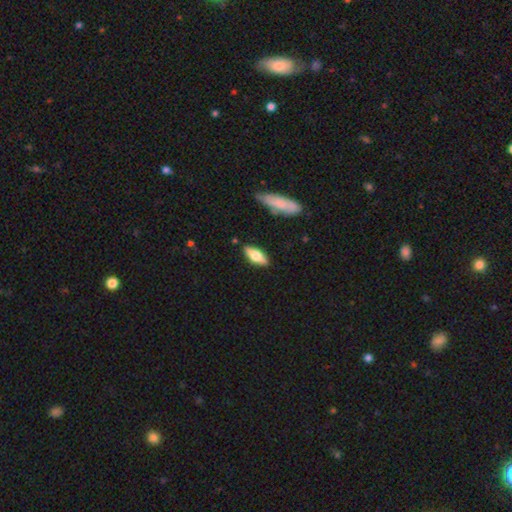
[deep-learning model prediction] A smooth galaxy with no disk features (61%) that is in between round and cigar-shaped (69%).

Vote fractions:
- Smooth or featured? smooth: 61% / featured or disk: 33% / star or artifact: 6%
- How rounded? in between: 69% / cigar-shaped: 28% / round: 3%
- Merging? none: 85% / minor disturbance: 10% / merger: 2% / major disturbance: 2%